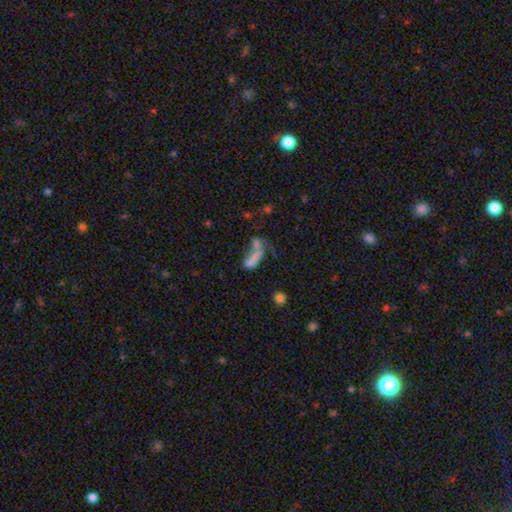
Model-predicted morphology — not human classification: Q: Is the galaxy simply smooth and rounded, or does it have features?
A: smooth — 57%.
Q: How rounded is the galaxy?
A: in between — 56%.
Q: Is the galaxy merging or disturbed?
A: merger — 41%.